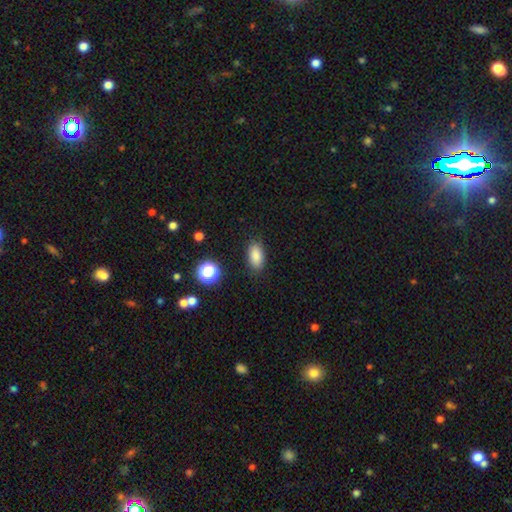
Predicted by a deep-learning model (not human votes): Morphology: type=smooth (85%); roundness=in between (90%); merging=none (86%).